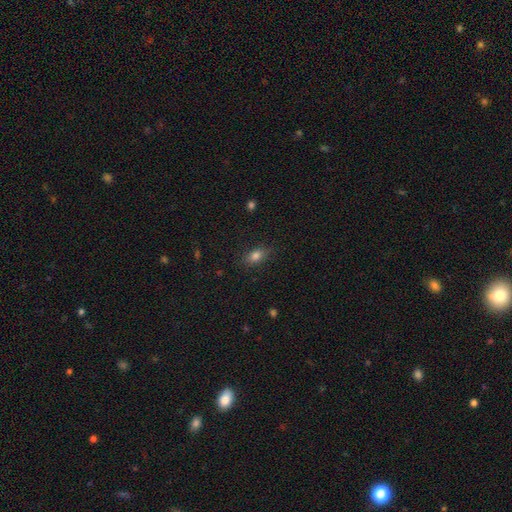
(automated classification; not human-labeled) Overall: smooth (81%). How rounded: in between (82%). Merging: none (84%).